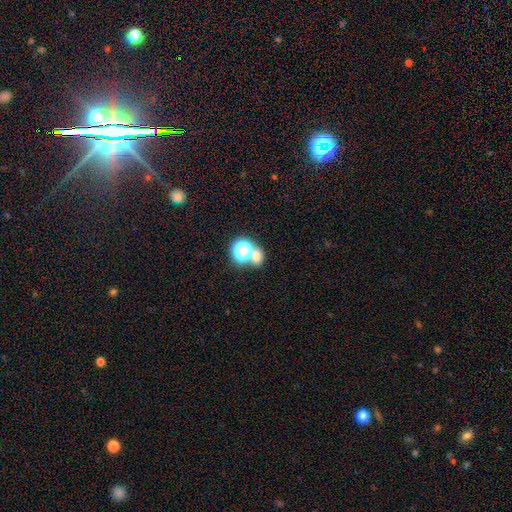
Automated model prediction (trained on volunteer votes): This is likely a smooth galaxy (62%). How rounded: likely round (62%). Merging: possibly none (50%).